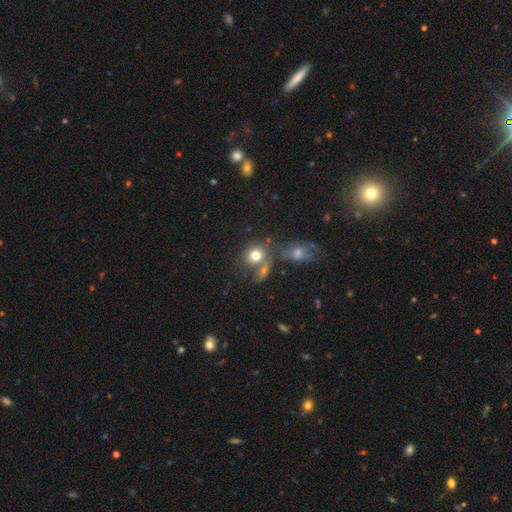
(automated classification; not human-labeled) Overall: smooth (75%). How rounded: round (71%). Merging: none (45%; merger 35%).